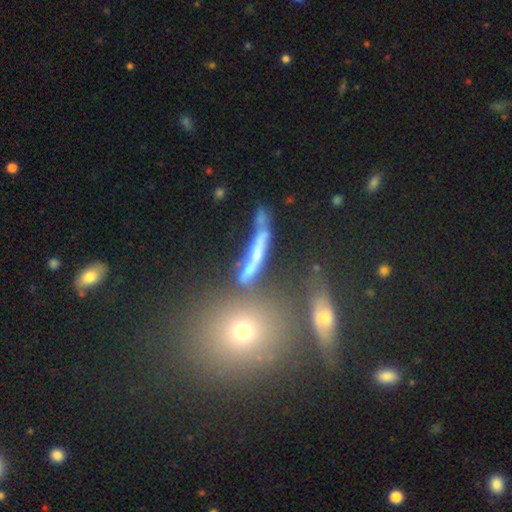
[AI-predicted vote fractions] Smooth or featured? Predicted: smooth (p=0.46). Merging? Predicted: none (p=0.51).